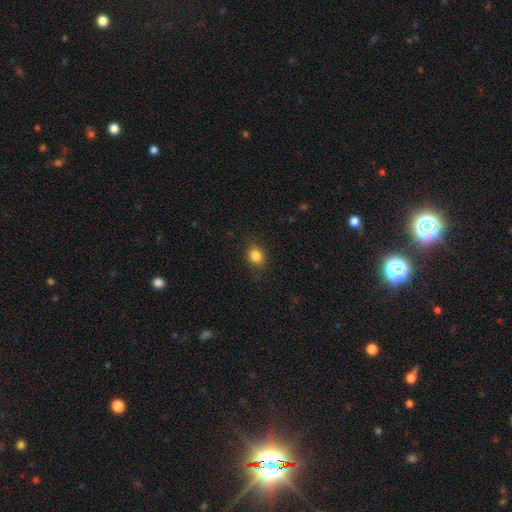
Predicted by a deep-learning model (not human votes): Morphology: type=smooth (85%); roundness=in between (51%); merging=none (86%).